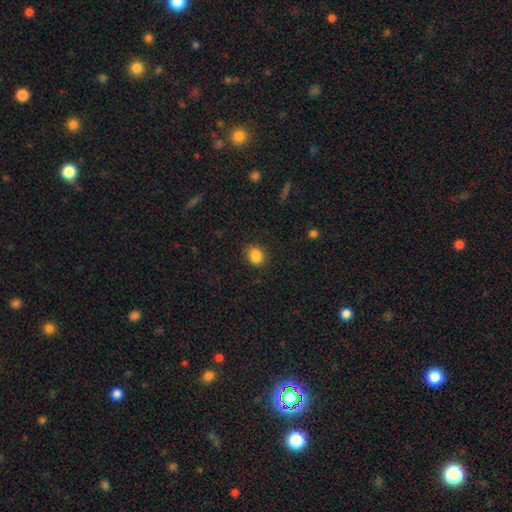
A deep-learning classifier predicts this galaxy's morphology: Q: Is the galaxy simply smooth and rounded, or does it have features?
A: smooth — 85%.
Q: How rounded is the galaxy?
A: round — 53%.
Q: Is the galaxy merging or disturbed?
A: none — 79%.